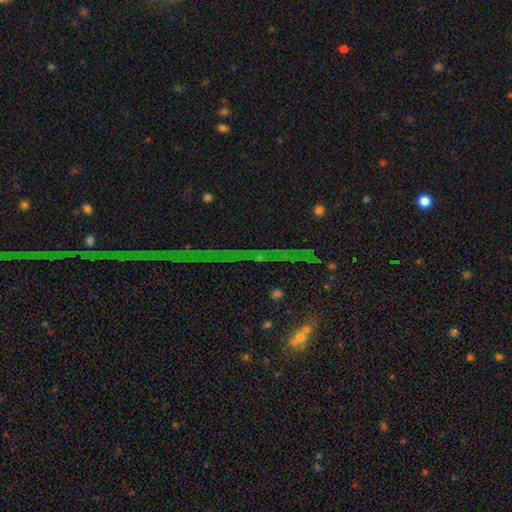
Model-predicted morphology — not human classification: Overall: star or artifact (75%).